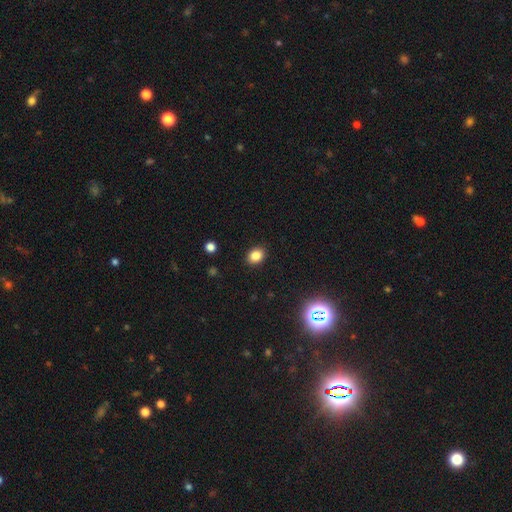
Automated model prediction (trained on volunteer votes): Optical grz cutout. It shows a smooth galaxy with no disk features (84%) that is in between round and cigar-shaped (56%). Merging: none (89%).